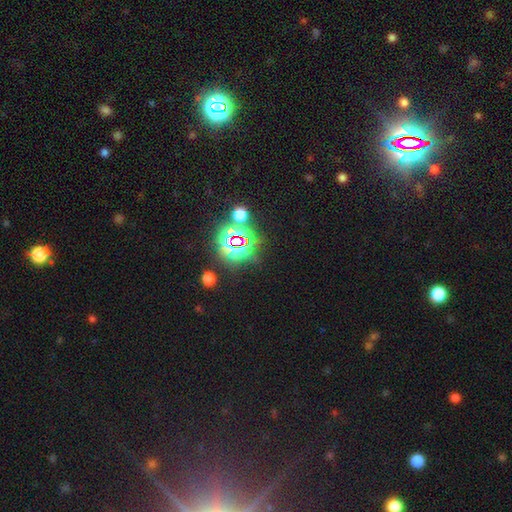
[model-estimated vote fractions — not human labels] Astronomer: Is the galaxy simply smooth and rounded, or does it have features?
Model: star or artifact — 82%.